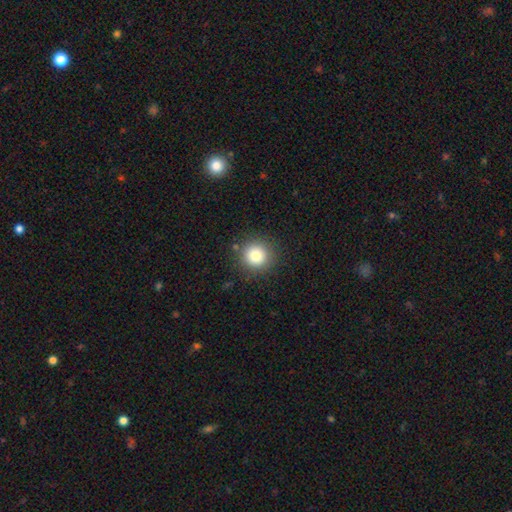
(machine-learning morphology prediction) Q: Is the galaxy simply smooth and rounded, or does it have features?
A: smooth — 80%.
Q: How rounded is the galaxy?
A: round — 95%.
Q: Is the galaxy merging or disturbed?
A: none — 88%.